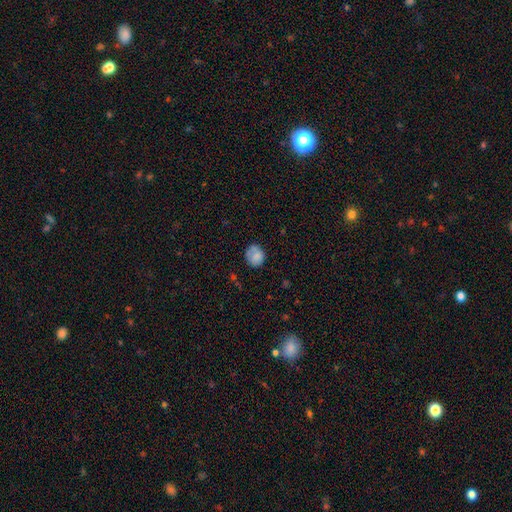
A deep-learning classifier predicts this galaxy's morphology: This appears to be a smooth galaxy with no disk features (78%) that is round (64%). Merging: none (63%).